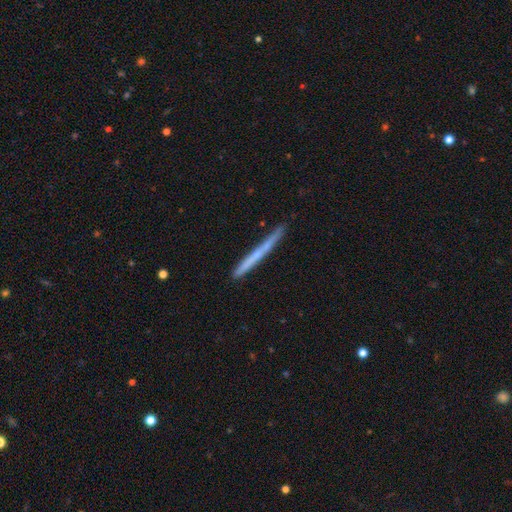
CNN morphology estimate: Smooth or featured: featured or disk — 47% (smooth — 46%)
Merging: none — 84% (minor disturbance — 12%)